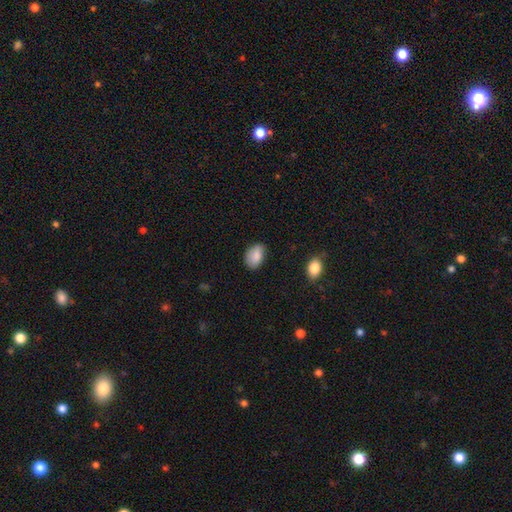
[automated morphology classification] Smooth or featured? smooth (85%)
How rounded? in between (85%)
Merging? none (65%)